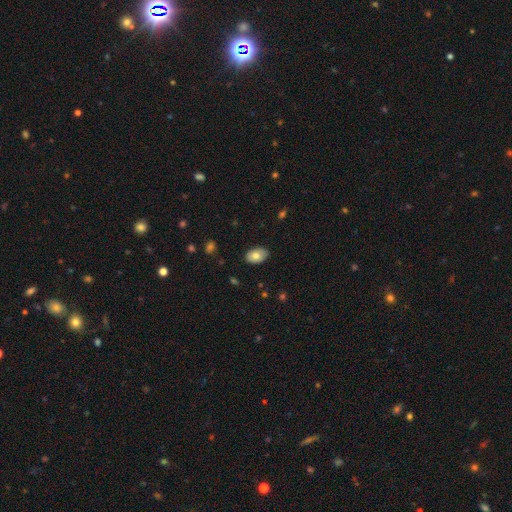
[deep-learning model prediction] smooth-or-featured: smooth: 75% | featured or disk: 18% | star or artifact: 7%
  how-rounded: in between: 90% | round: 9% | cigar-shaped: 1%
  merging: none: 85% | minor disturbance: 12% | major disturbance: 2% | merger: 1%